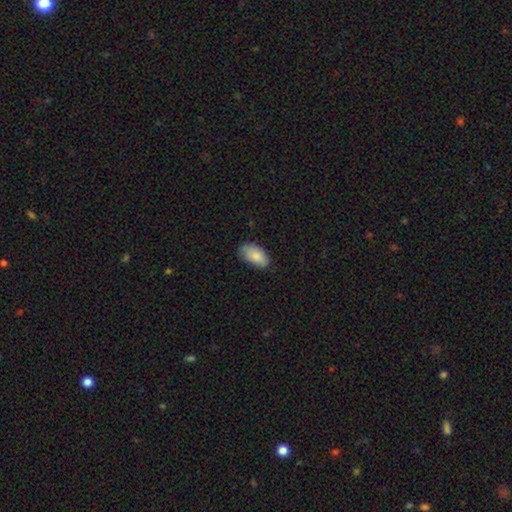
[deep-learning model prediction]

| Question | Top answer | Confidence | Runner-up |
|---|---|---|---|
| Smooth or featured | smooth | 87% | featured or disk (7%) |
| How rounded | in between | 94% | round (3%) |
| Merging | none | 77% | minor disturbance (19%) |